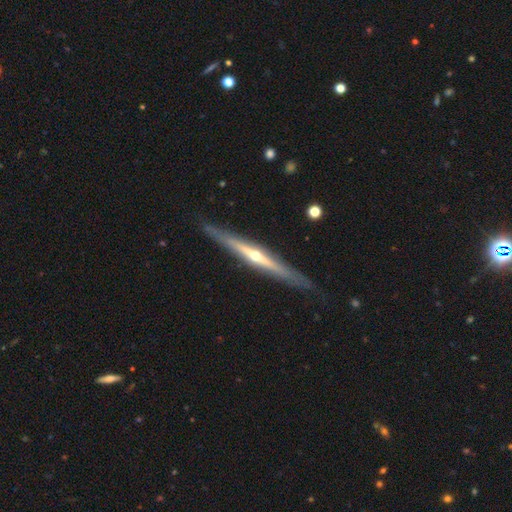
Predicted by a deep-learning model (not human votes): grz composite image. It shows a featured or disk galaxy (79%) viewed edge-on (96%) with a rounded central bulge (85%). Merging: none (86%).